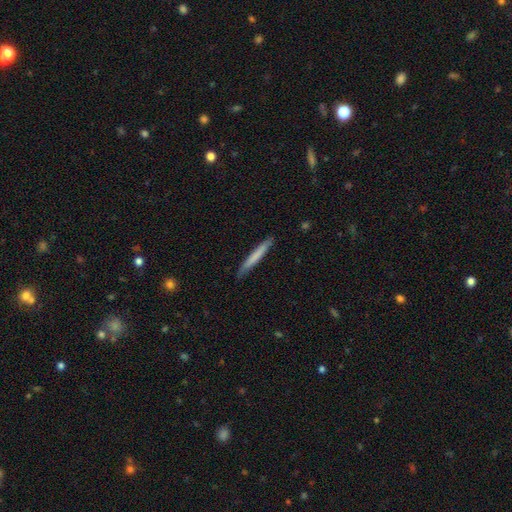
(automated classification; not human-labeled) A smooth galaxy with no disk features (69%) that is cigar-shaped (96%). Merging: none (87%).